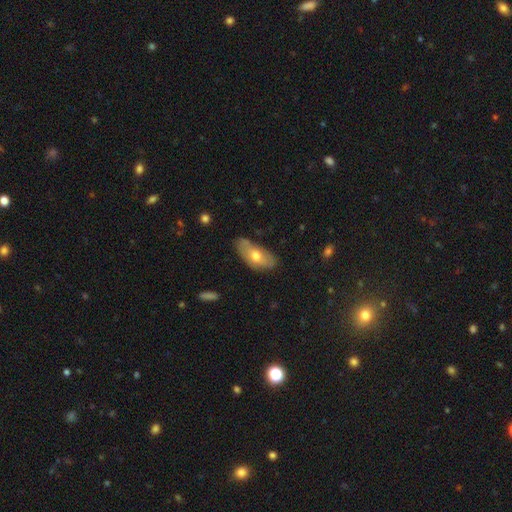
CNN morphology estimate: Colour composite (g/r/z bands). It shows a smooth galaxy with no disk features (60%) that is in between round and cigar-shaped (90%). Merging: none (65%).